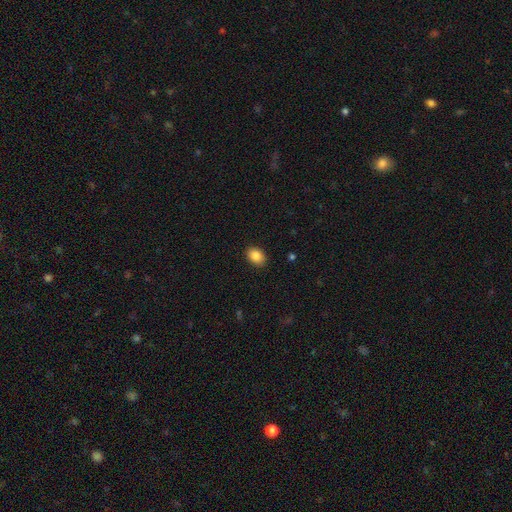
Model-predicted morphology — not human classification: Overall: smooth (88%). How rounded: in between (75%). Merging: none (88%).